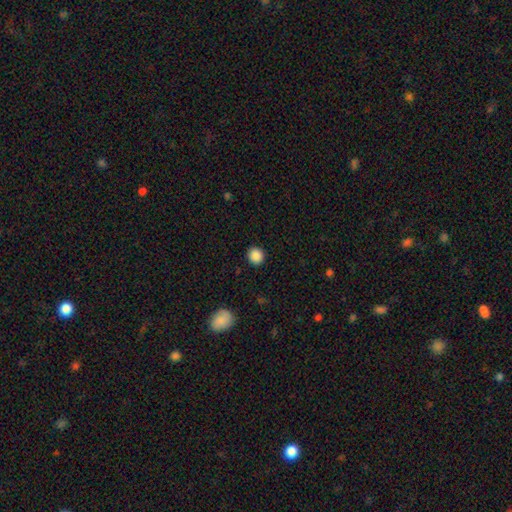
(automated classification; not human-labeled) This is clearly a smooth galaxy (88%). How rounded: clearly round (90%). Merging: clearly none (91%).